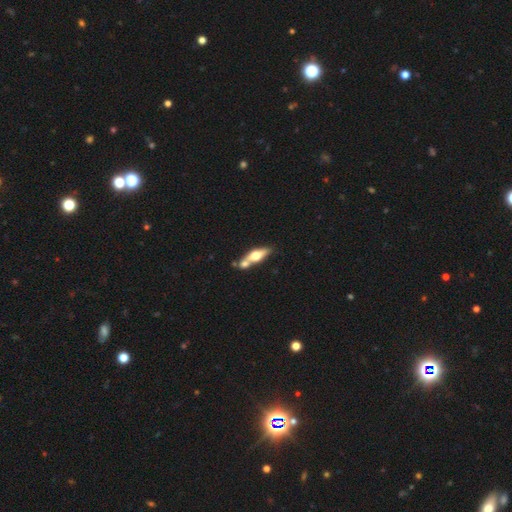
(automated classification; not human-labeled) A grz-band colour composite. It shows a featured or disk galaxy (51%) viewed edge-on (80%). Merging: none (46%).